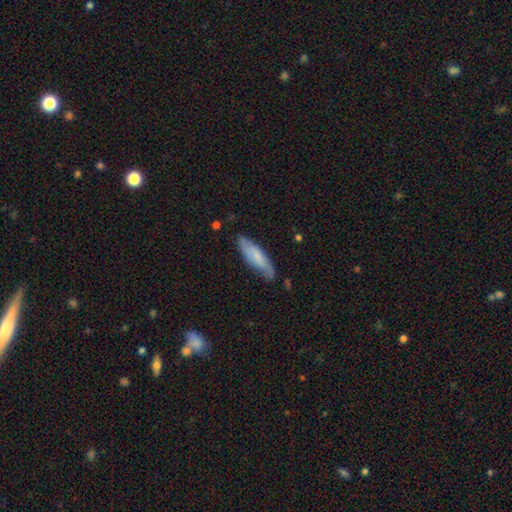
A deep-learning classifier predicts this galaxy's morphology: Q: Smooth or featured?
A: smooth (64%); runner-up: featured or disk (30%)
Q: How rounded?
A: cigar-shaped (64%); runner-up: in between (34%)
Q: Merging?
A: none (74%); runner-up: minor disturbance (20%)